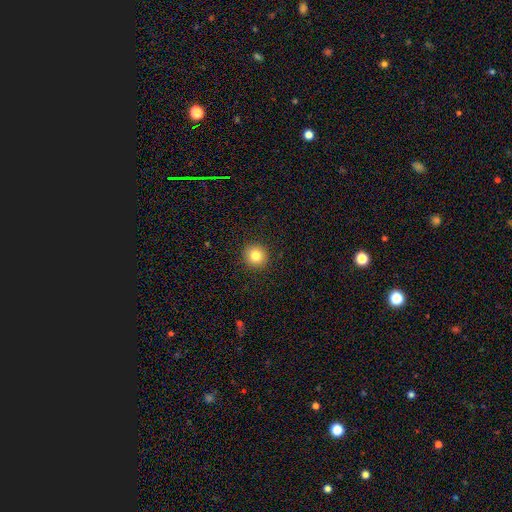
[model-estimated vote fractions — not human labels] This appears to be a smooth galaxy with no disk features (82%) that is round (92%). Merging: none (92%).